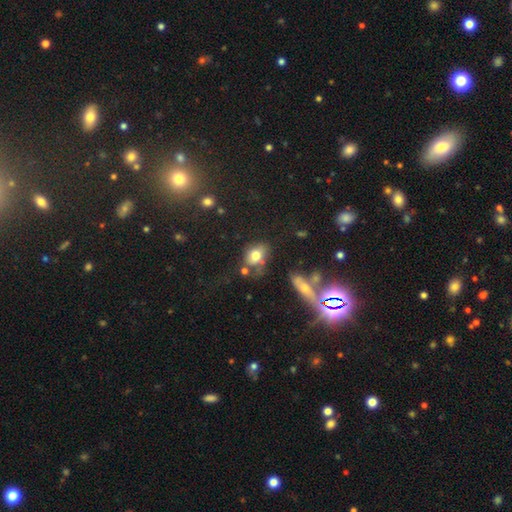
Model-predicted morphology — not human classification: type=smooth (73%); roundness=in between (69%); merging=none (45%).